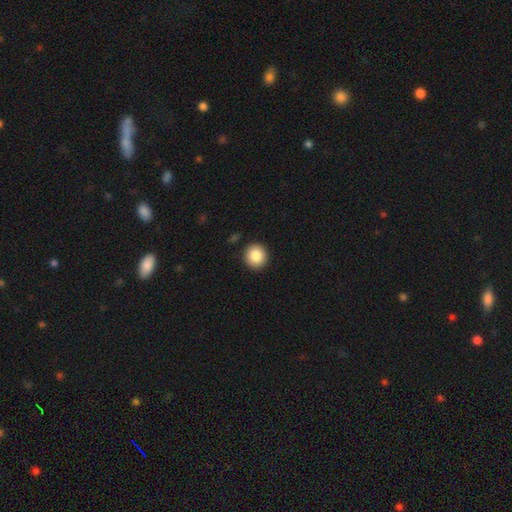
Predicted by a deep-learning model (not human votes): Q: Smooth or featured?
A: smooth (86%); runner-up: star or artifact (8%)
Q: How rounded?
A: round (90%); runner-up: in between (9%)
Q: Merging?
A: none (92%); runner-up: minor disturbance (6%)